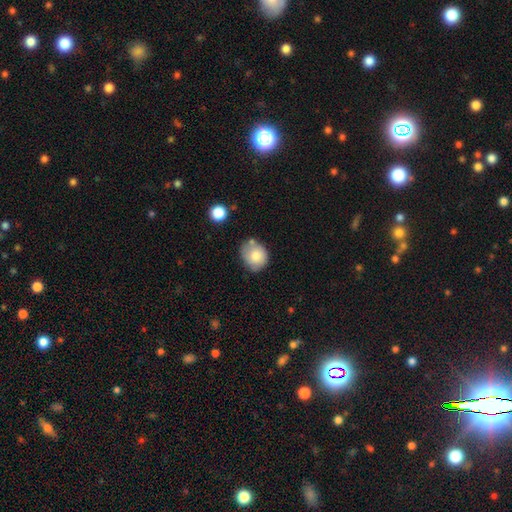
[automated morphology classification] smooth_or_featured: smooth (p=0.77) [alt: featured or disk p=0.15]
how_rounded: round (p=0.64) [alt: in between p=0.35]
merging: none (p=0.56) [alt: minor disturbance p=0.26]